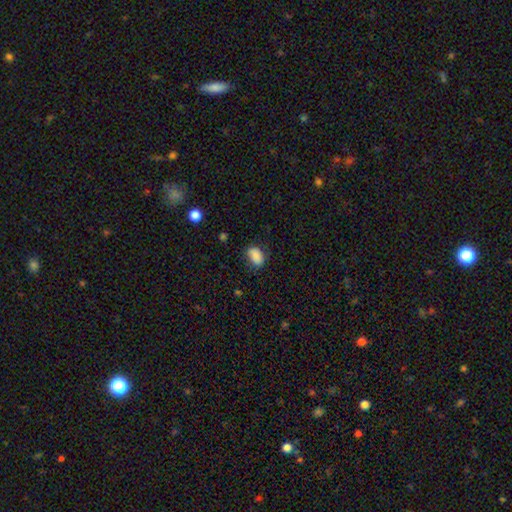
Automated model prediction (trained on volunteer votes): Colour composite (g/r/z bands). It shows a smooth galaxy with no disk features (88%) that is in between round and cigar-shaped (89%). Merging: none (76%).